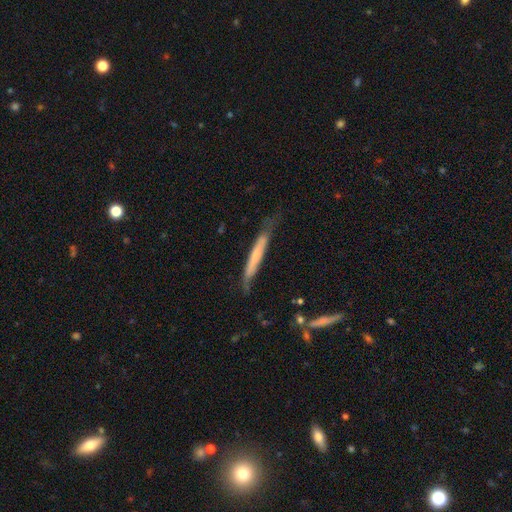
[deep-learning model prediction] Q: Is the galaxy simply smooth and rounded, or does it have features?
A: smooth — 52%.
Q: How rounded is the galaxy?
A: cigar-shaped — 96%.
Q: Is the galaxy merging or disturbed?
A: none — 62%.